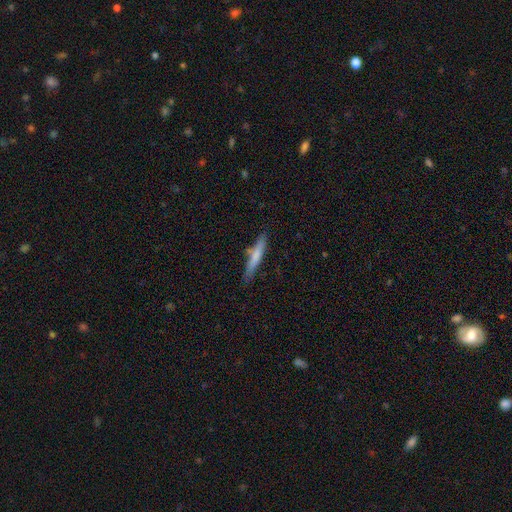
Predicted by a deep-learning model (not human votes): Q: Smooth or featured?
A: smooth (66%); runner-up: featured or disk (28%)
Q: How rounded?
A: cigar-shaped (93%); runner-up: in between (6%)
Q: Merging?
A: none (78%); runner-up: minor disturbance (14%)